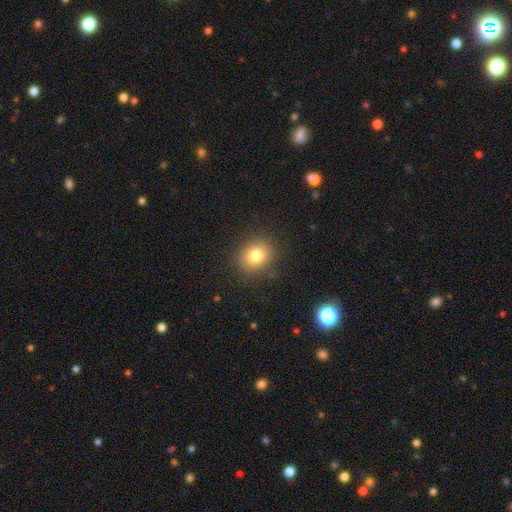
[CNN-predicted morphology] This is likely a smooth galaxy (79%). How rounded: likely round (62%). Merging: clearly none (85%).